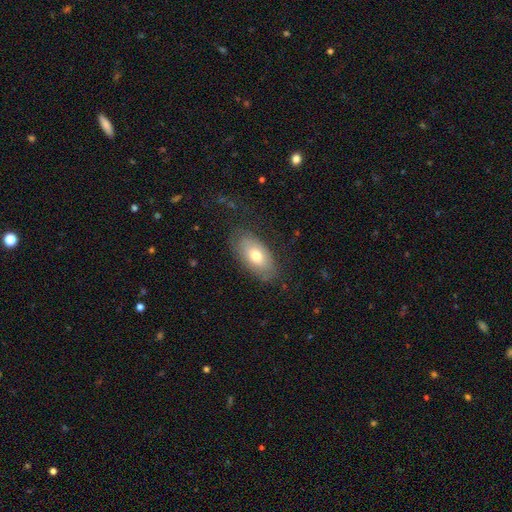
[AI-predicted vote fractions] smooth-or-featured: smooth: 68% | featured or disk: 25% | star or artifact: 7%
  how-rounded: in between: 92% | round: 4% | cigar-shaped: 4%
  merging: none: 73% | minor disturbance: 19% | major disturbance: 6% | merger: 1%